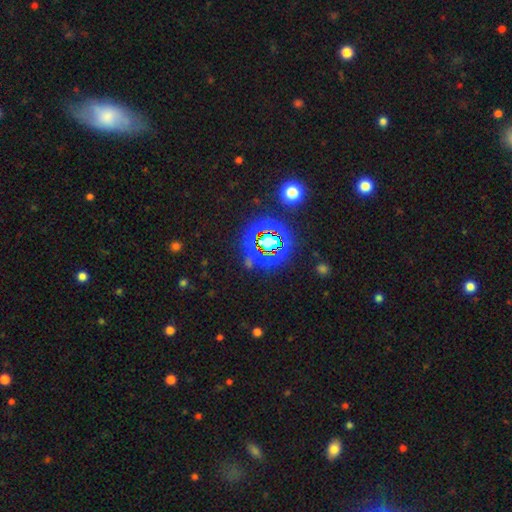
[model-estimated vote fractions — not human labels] Smooth or featured?
  - star or artifact: 67% *
  - smooth: 19%
  - featured or disk: 14%